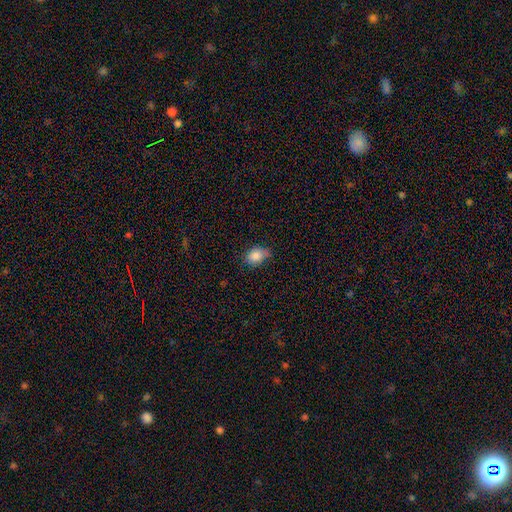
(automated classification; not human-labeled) The model was most divided on "merging": none: 69%, minor disturbance: 25%, major disturbance: 4%, merger: 2%. More confident: smooth or featured — smooth (86%); how rounded — in between (72%).